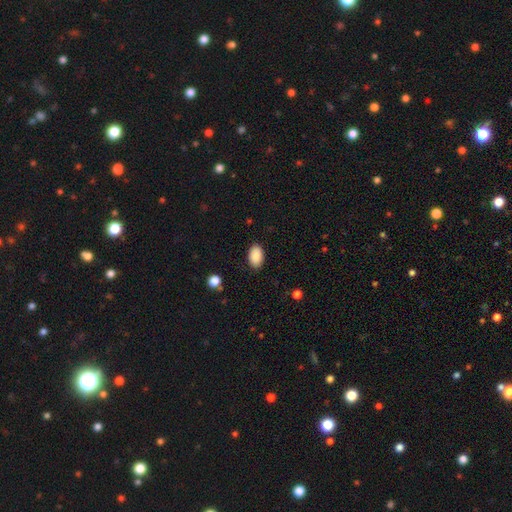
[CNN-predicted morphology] Smooth or featured? smooth (90%)
How rounded? in between (92%)
Merging? none (87%)